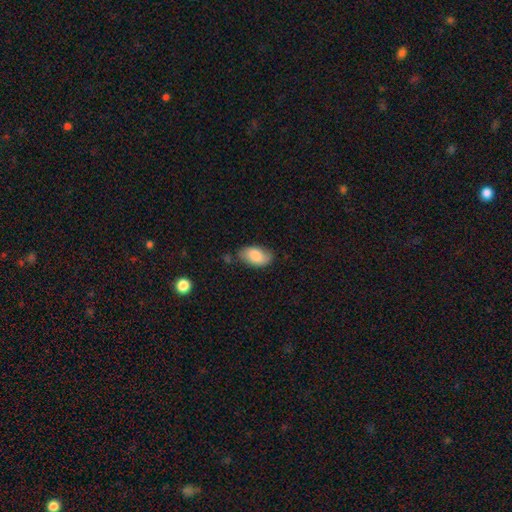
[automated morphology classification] Smooth or featured? Predicted: smooth (p=0.79). How rounded? Predicted: in between (p=0.94). Merging? Predicted: none (p=0.68).